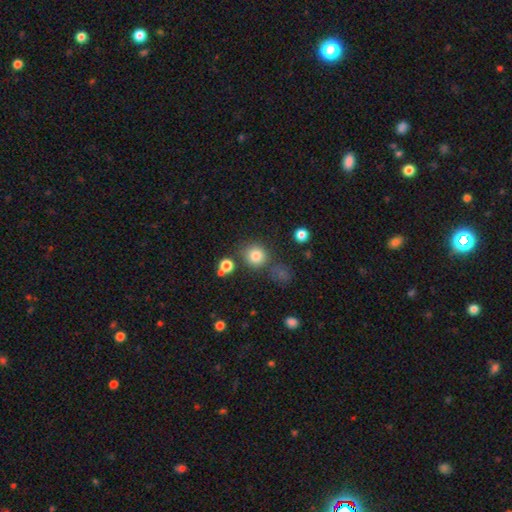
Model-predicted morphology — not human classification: The model was most divided on "merging": none: 75%, minor disturbance: 12%, merger: 9%, major disturbance: 5%. More confident: how rounded — round (87%); smooth or featured — smooth (81%).